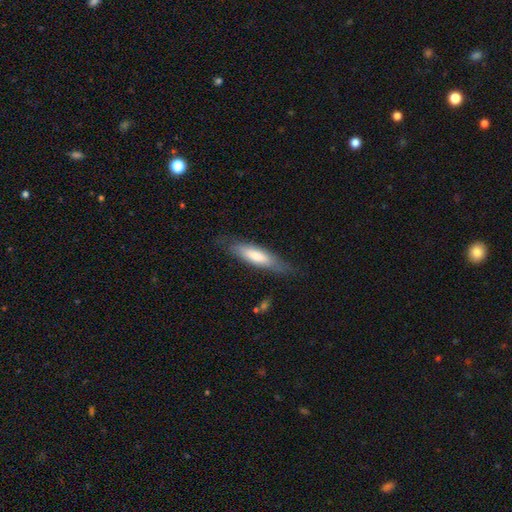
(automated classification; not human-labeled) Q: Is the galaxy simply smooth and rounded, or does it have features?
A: smooth — 60%.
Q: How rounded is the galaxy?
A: cigar-shaped — 71%.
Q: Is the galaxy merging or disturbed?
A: none — 76%.